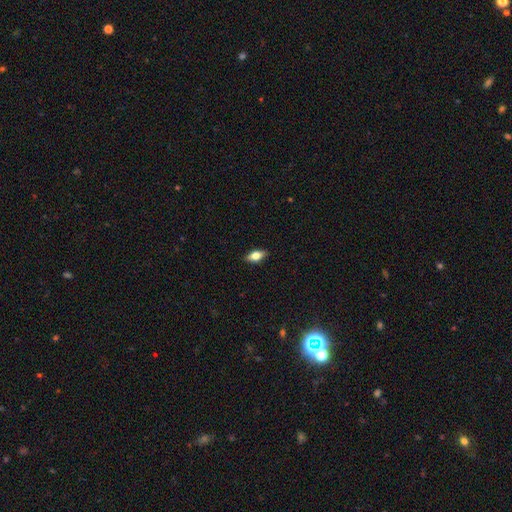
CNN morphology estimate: Overall: smooth (64%; featured or disk 29%). How rounded: in between (81%). Merging: none (89%).